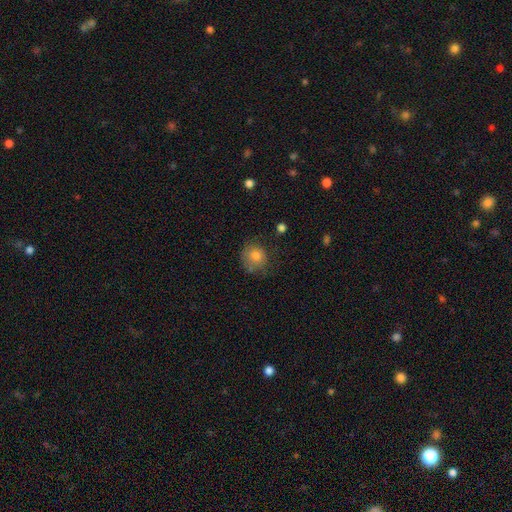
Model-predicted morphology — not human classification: Smooth or featured: smooth — 79% (featured or disk — 11%)
How rounded: round — 82% (in between — 17%)
Merging: none — 63% (minor disturbance — 24%)